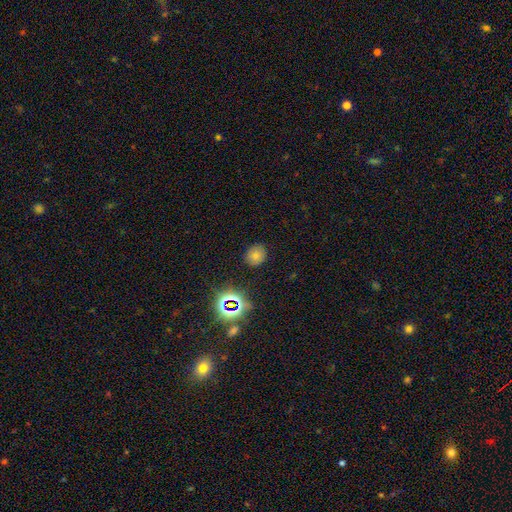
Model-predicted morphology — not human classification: Smooth or featured? Predicted: smooth (p=0.69). How rounded? Predicted: round (p=0.74). Merging? Predicted: none (p=0.85).